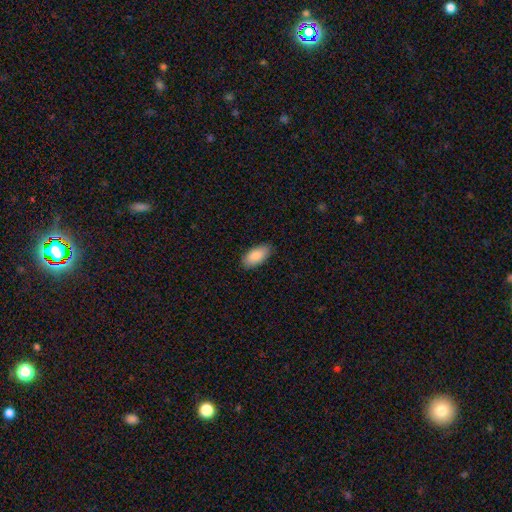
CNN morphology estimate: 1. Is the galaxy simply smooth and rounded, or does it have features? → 89% smooth, 6% star or artifact, 5% featured or disk.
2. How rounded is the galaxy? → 93% in between, 5% cigar-shaped, 2% round.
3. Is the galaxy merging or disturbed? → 87% none, 10% minor disturbance, 2% major disturbance, 1% merger.